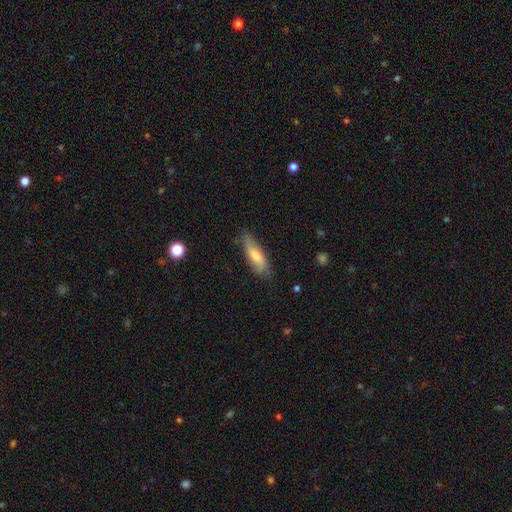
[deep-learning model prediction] A smooth galaxy with no disk features (65%) that is cigar-shaped (53%).

Vote fractions:
- Smooth or featured? smooth: 65% / featured or disk: 29% / star or artifact: 7%
- How rounded? cigar-shaped: 53% / in between: 45% / round: 2%
- Merging? none: 76% / minor disturbance: 19% / major disturbance: 4% / merger: 1%